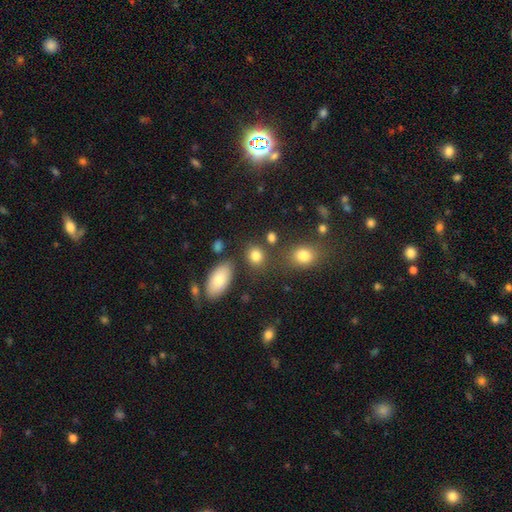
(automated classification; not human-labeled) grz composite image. It shows a smooth galaxy with no disk features (83%) that is round (62%). Merging: none (75%).